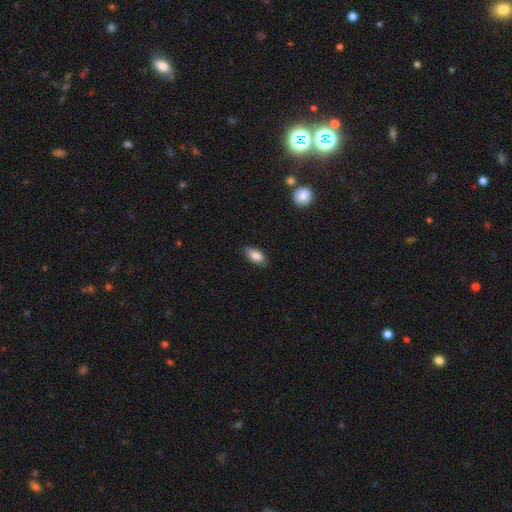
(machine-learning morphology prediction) smooth_or_featured: smooth (p=0.85) [alt: featured or disk p=0.08]
how_rounded: in between (p=0.88) [alt: cigar-shaped p=0.09]
merging: none (p=0.84) [alt: minor disturbance p=0.13]